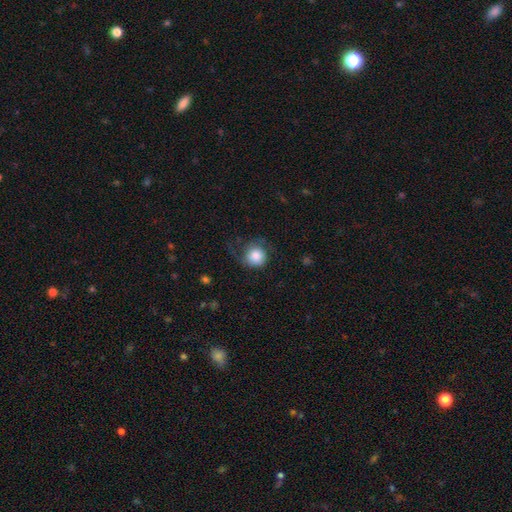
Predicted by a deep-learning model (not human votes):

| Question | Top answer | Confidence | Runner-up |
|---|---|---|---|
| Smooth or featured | smooth | 69% | featured or disk (23%) |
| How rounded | round | 88% | in between (11%) |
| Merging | none | 55% | minor disturbance (22%) |